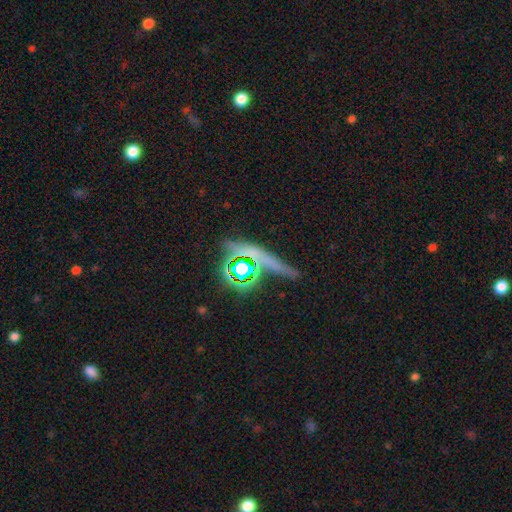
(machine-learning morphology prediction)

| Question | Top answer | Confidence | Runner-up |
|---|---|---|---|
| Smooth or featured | star or artifact | 53% | smooth (25%) |